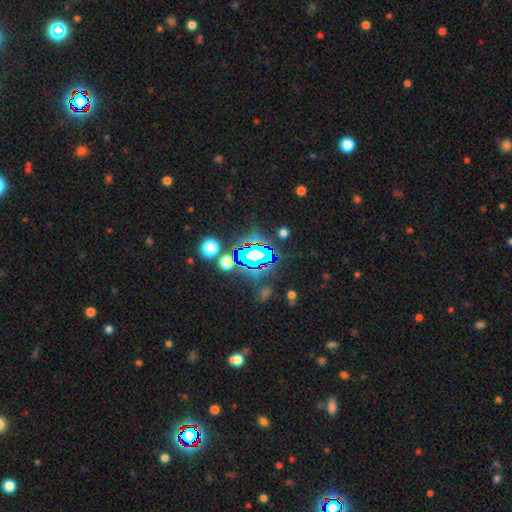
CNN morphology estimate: type=star or artifact (70%).